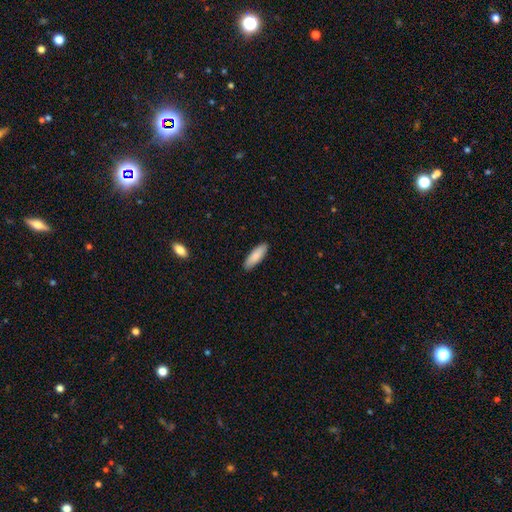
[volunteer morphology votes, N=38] smooth_or_featured: smooth (p=0.89) [alt: featured or disk p=0.08]
how_rounded: in between (p=0.53) [alt: cigar-shaped p=0.44]
merging: none (p=0.86) [alt: minor disturbance p=0.11]